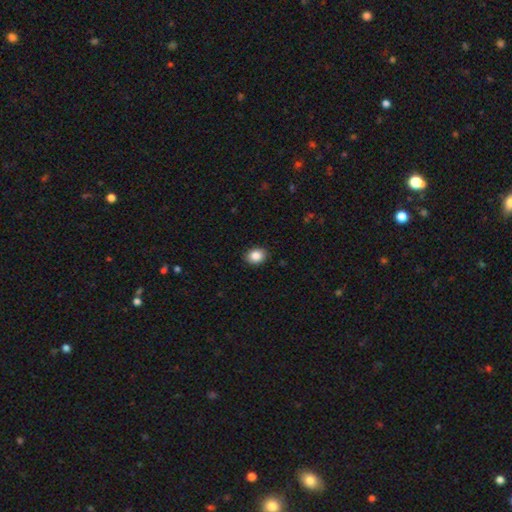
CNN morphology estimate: Smooth or featured? Predicted: smooth (p=0.87). How rounded? Predicted: in between (p=0.53). Merging? Predicted: none (p=0.89).